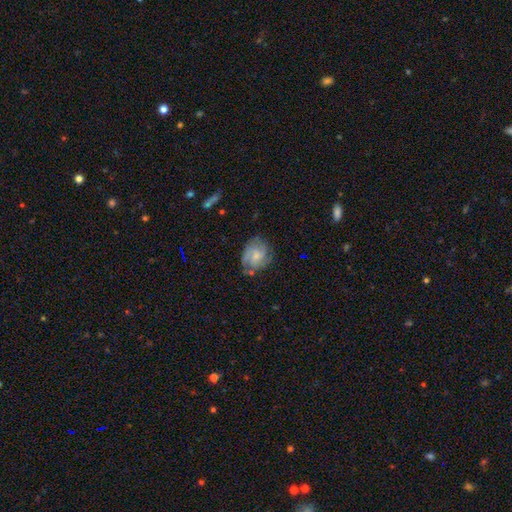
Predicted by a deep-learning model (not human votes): This appears to be a featured or disk galaxy (64%) with no bar (64%), tight (42%, tied with medium) spiral arms (87%) and a small central bulge (47%). Merging: none (64%).